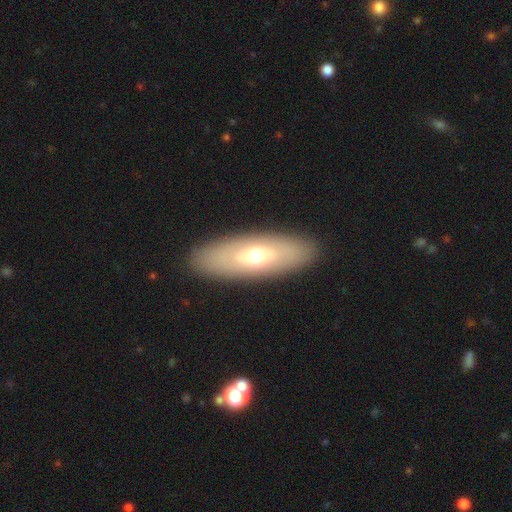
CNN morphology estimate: Smooth or featured? smooth (54%)
How rounded? in between (69%)
Merging? none (89%)